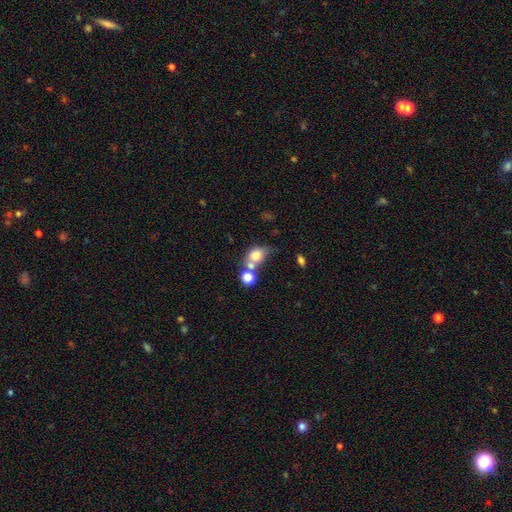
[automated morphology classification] A smooth galaxy with no disk features (72%) that is in between round and cigar-shaped (60%). Merging: merger (42%).